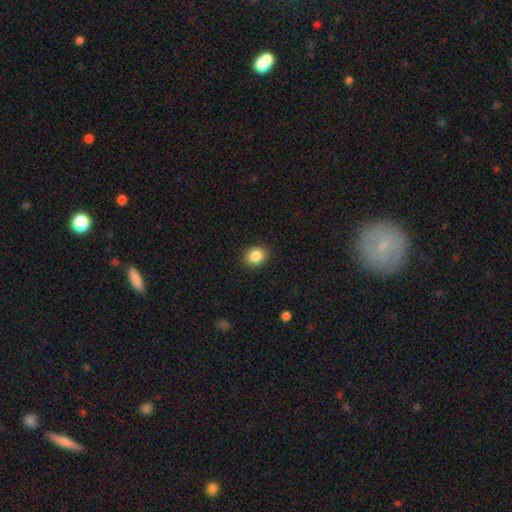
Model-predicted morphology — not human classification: A smooth galaxy with no disk features (86%) that is round (56%).

Vote fractions:
- Smooth or featured? smooth: 86% / star or artifact: 9% / featured or disk: 5%
- How rounded? round: 56% / in between: 43% / cigar-shaped: 1%
- Merging? none: 89% / minor disturbance: 8% / major disturbance: 2% / merger: 1%